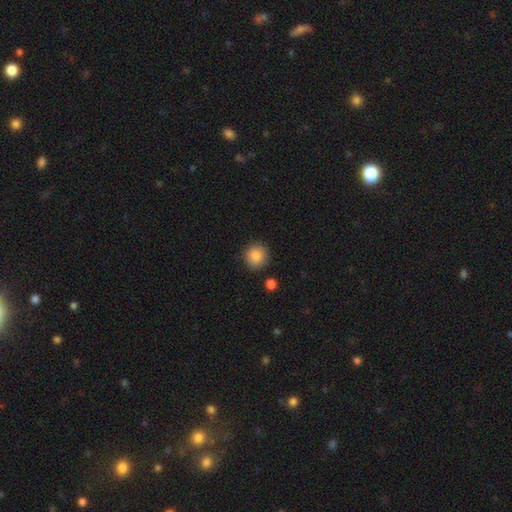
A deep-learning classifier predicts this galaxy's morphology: The model was most divided on "merging": none: 87%, minor disturbance: 8%, merger: 2%, major disturbance: 2%. More confident: how rounded — round (89%); smooth or featured — smooth (88%).